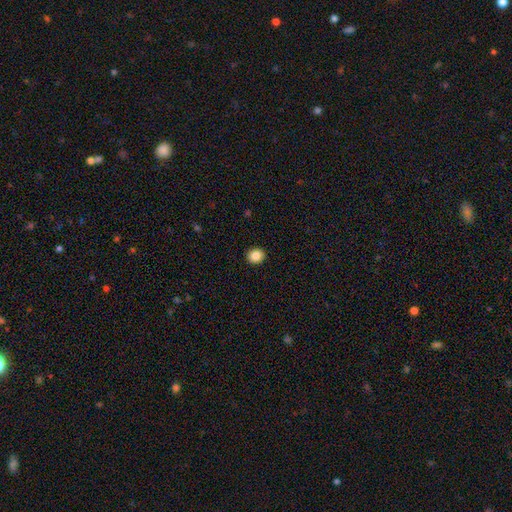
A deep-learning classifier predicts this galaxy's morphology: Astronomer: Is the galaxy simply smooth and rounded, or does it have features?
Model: smooth — 86%.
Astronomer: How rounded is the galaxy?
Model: round — 79%.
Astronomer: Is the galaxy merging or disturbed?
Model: none — 92%.